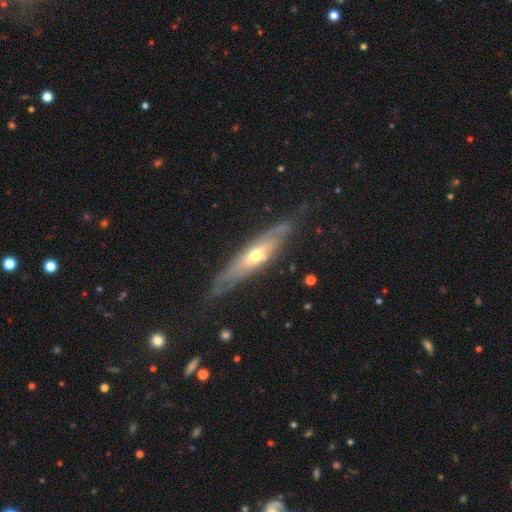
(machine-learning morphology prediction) The model was most divided on "edge-on disk": yes: 60%, no: 40%. More confident: merging — none (76%); smooth or featured — featured or disk (67%).